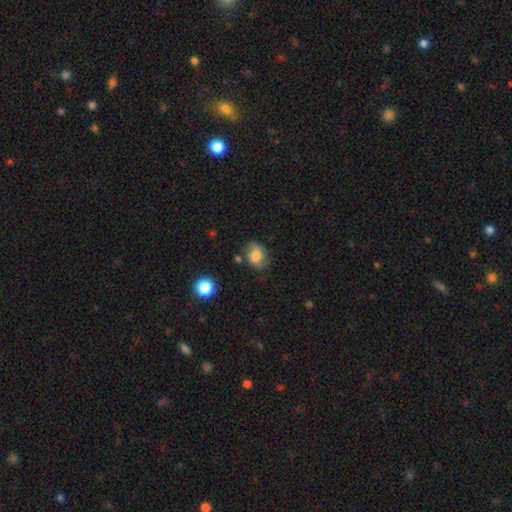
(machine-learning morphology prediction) A smooth galaxy with no disk features (73%) that is in between round and cigar-shaped (60%). Merging: none (65%).